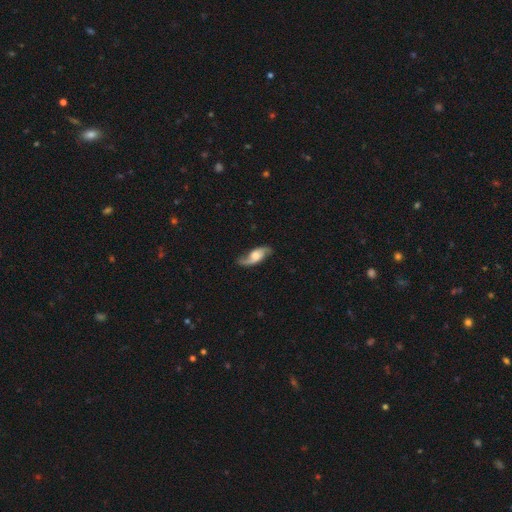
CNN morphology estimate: The model was most divided on "bulge size": moderate: 36%, large: 31%, small: 16%, none: 13%, dominant: 4%. More confident: spiral arms — yes (95%); edge-on disk — no (91%); spiral arm count — 2 (89%); smooth or featured — featured or disk (78%); merging — none (77%); spiral winding — loose (63%); bar — no (58%).